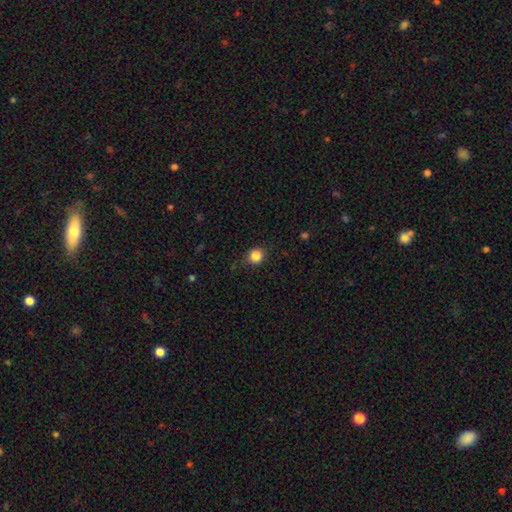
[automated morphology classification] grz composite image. It shows a smooth galaxy with no disk features (85%) that is round (84%). Merging: none (87%).